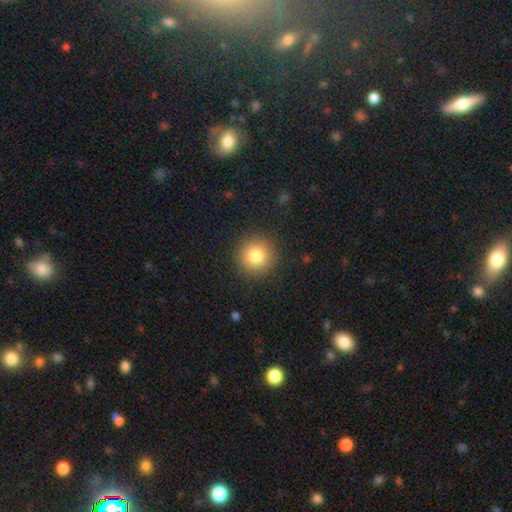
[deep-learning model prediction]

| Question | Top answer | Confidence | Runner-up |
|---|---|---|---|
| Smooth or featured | smooth | 81% | star or artifact (11%) |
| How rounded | round | 94% | in between (5%) |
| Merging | none | 90% | minor disturbance (6%) |